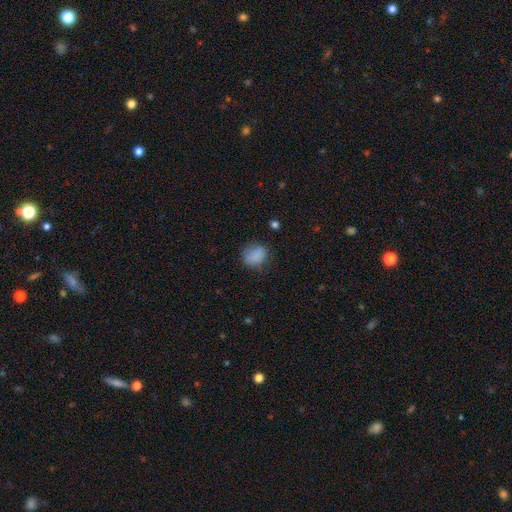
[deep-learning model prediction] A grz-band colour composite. It shows a smooth galaxy with no disk features (85%) that is in between round and cigar-shaped (50%). Merging: none (73%).